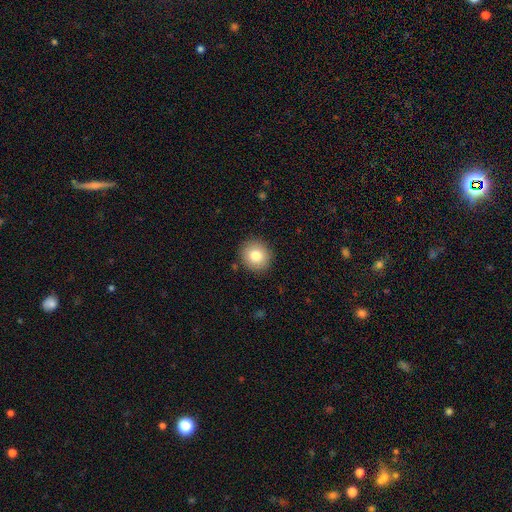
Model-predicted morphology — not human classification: Smooth or featured?
  - smooth: 81% *
  - featured or disk: 10%
  - star or artifact: 9%
How rounded?
  - round: 88% *
  - in between: 11%
  - cigar-shaped: 1%
Merging?
  - none: 90% *
  - minor disturbance: 7%
  - major disturbance: 2%
  - merger: 1%